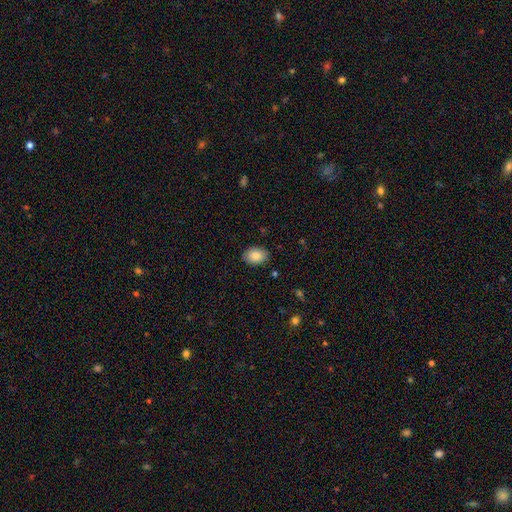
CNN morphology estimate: Smooth or featured?
  - smooth: 85% *
  - featured or disk: 8%
  - star or artifact: 7%
How rounded?
  - in between: 83% *
  - round: 16%
  - cigar-shaped: 1%
Merging?
  - none: 87% *
  - minor disturbance: 9%
  - major disturbance: 2%
  - merger: 1%